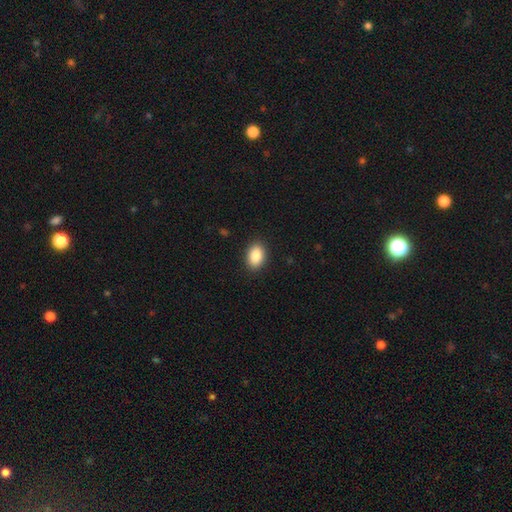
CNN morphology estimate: smooth-or-featured: smooth: 87% | star or artifact: 8% | featured or disk: 5%
  how-rounded: in between: 82% | round: 17% | cigar-shaped: 1%
  merging: none: 89% | minor disturbance: 8% | major disturbance: 2% | merger: 1%